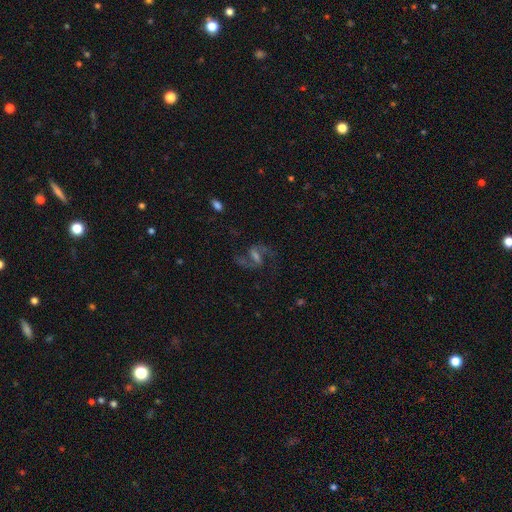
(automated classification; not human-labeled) smooth-or-featured: featured or disk: 83% | star or artifact: 10% | smooth: 8%
  disk-edge-on: no: 97% | yes: 3%
    bar: weak: 48% | strong: 39% | no: 14%
    has-spiral-arms: yes: 96% | no: 4%
      spiral-winding: medium: 47% | loose: 46% | tight: 7%
      spiral-arm-count: 2: 93% | can't tell: 2% | 1: 2% | 3: 1% | 4: 1% | more than 4: 1%
    bulge-size: small: 40% | moderate: 32% | none: 21% | large: 7% | dominant: 1%
  merging: none: 75% | minor disturbance: 12% | major disturbance: 11% | merger: 2%